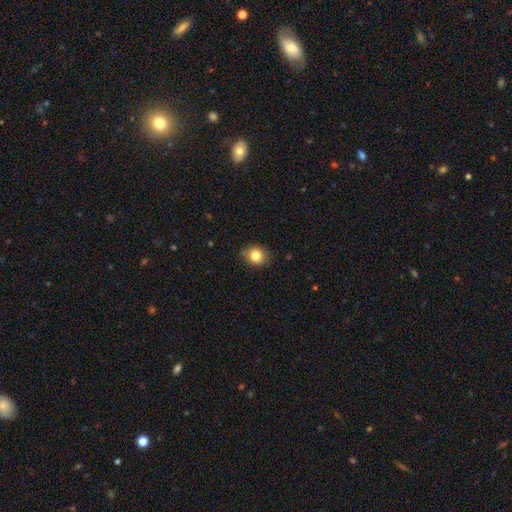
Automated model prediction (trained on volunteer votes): Smooth or featured? smooth (82%)
How rounded? round (69%)
Merging? none (84%)